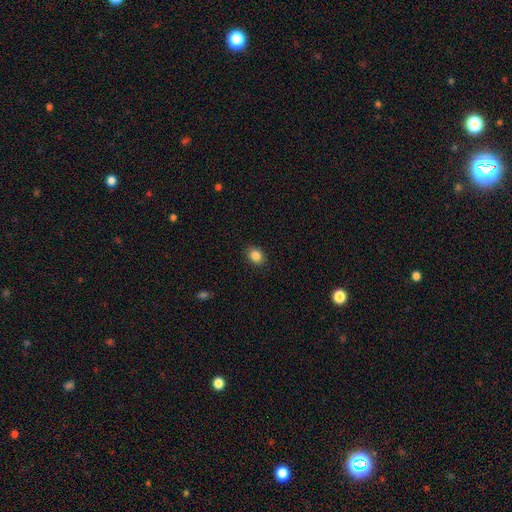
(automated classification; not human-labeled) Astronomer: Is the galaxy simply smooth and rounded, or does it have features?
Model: smooth — 86%.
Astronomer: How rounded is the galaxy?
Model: in between — 62%.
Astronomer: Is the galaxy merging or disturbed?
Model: none — 88%.